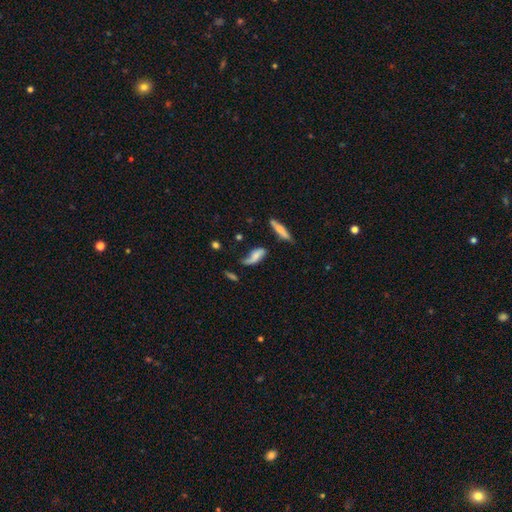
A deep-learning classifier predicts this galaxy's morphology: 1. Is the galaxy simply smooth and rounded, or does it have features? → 47% smooth, 44% featured or disk, 9% star or artifact.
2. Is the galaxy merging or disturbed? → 39% none, 31% minor disturbance, 24% major disturbance, 7% merger.